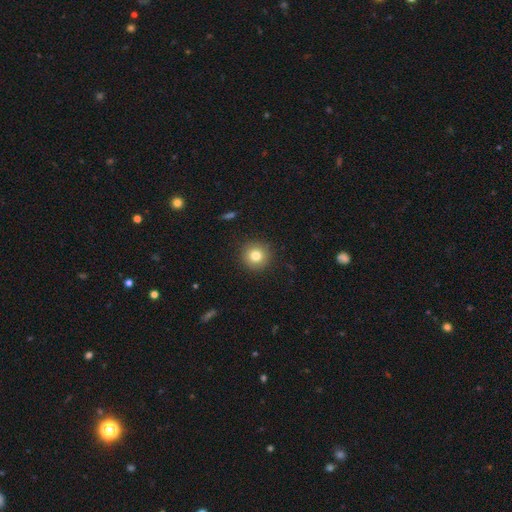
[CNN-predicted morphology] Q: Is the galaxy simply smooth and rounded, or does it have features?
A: smooth — 80%.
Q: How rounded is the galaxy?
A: round — 95%.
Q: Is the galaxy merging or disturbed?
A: none — 91%.